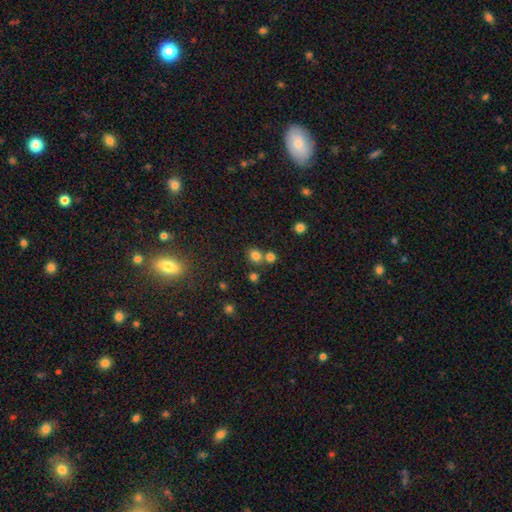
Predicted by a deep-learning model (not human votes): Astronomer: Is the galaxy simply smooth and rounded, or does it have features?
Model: smooth — 78%.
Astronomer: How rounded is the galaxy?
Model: round — 67%.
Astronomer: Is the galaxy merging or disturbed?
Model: none — 60%.